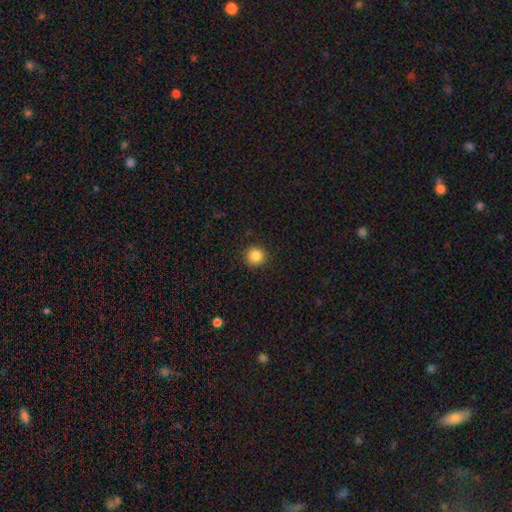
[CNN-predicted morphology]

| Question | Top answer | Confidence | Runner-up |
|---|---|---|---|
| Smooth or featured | smooth | 86% | star or artifact (10%) |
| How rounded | round | 94% | in between (5%) |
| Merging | none | 91% | minor disturbance (6%) |